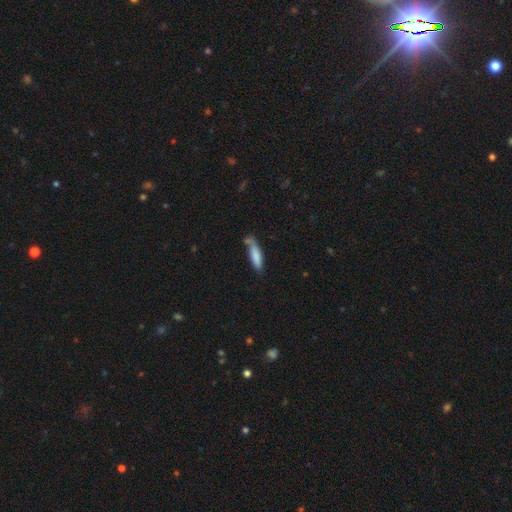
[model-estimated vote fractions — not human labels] Overall: smooth (80%). How rounded: cigar-shaped (69%; in between 30%). Merging: none (53%; minor disturbance 27%).